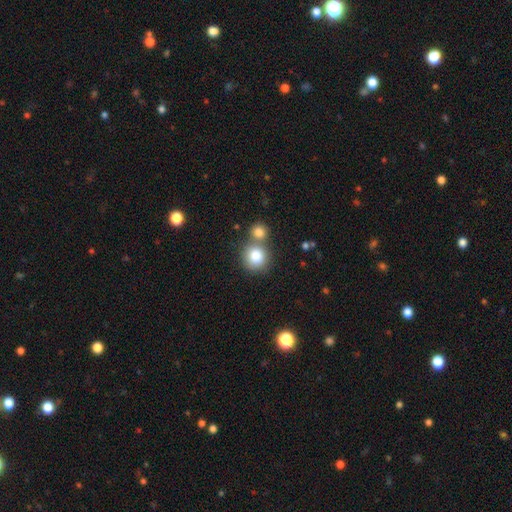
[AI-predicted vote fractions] The model was most divided on "merging": none: 53%, merger: 35%, minor disturbance: 9%, major disturbance: 3%. More confident: how rounded — round (88%); smooth or featured — smooth (83%).